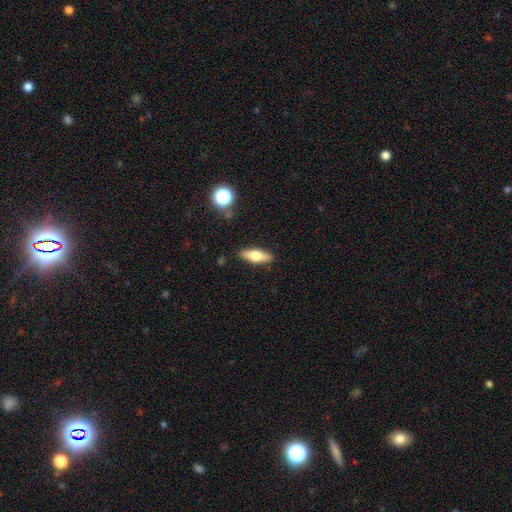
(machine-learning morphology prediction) This is possibly a smooth galaxy (58%). How rounded: possibly in between (57%). Merging: clearly none (88%).